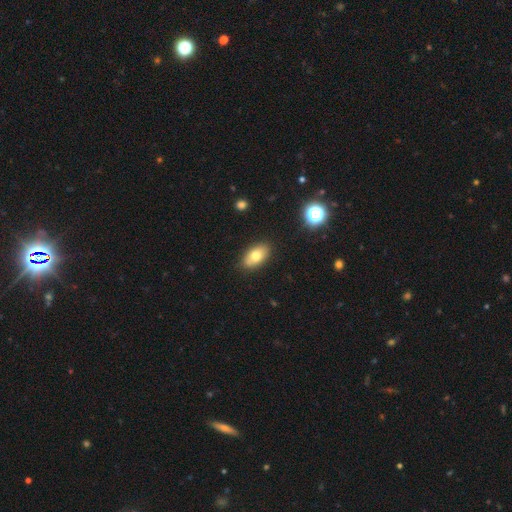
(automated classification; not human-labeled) Overall: smooth (75%). How rounded: in between (90%). Merging: none (85%).